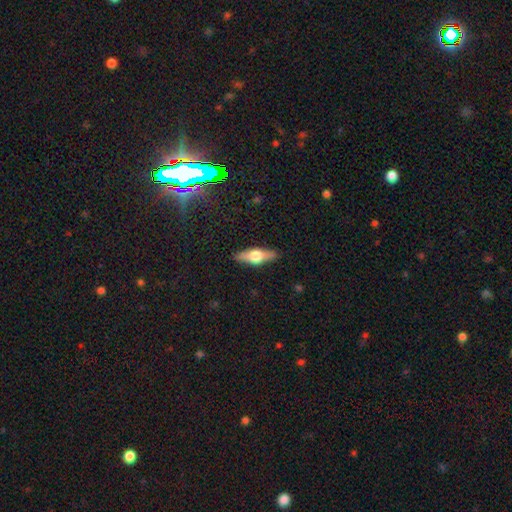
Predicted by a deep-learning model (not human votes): This appears to be a featured or disk galaxy (51%) viewed edge-on (92%). Merging: none (88%).